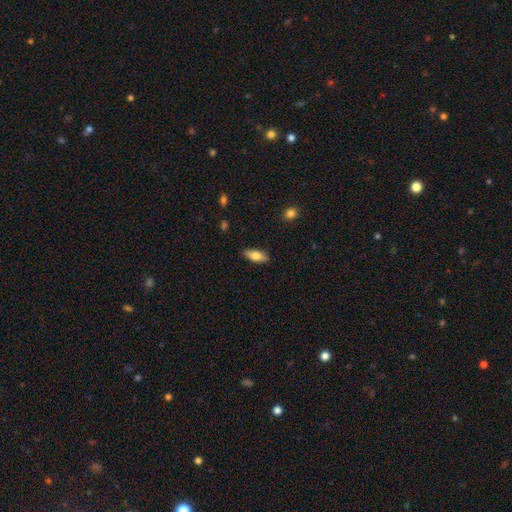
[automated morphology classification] Smooth or featured? smooth (77%)
How rounded? in between (81%)
Merging? none (87%)